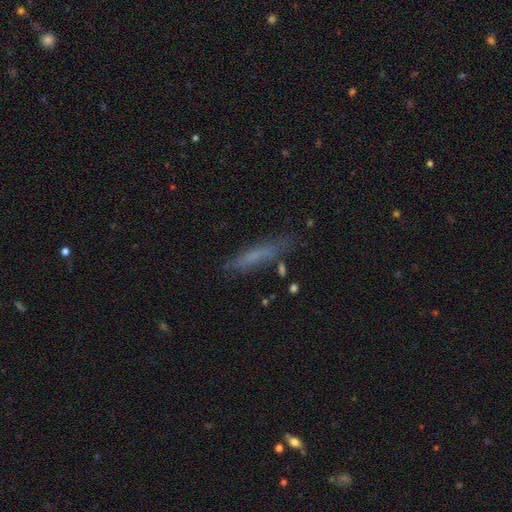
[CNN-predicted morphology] smooth 61%, featured or disk 27%, star or artifact 11%. Down the decision tree: how rounded — cigar-shaped (87%); merging — none (74%).